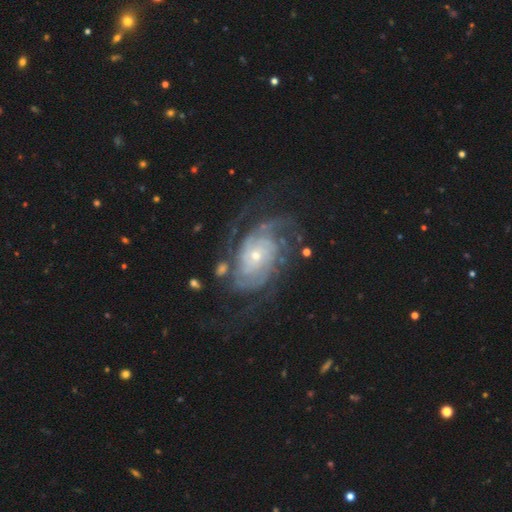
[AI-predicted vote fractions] Morphology: type=featured or disk (90%); edge-on=no (97%); bar=no (74%); spiral arms=yes (97%); winding=tight (64%); arm count=can't tell (25%); bulge=small (66%); merging=none (64%).